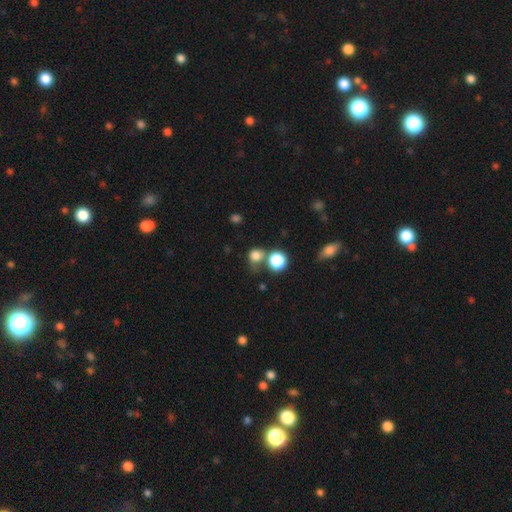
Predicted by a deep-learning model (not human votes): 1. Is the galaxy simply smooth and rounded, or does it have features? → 80% smooth, 13% star or artifact, 7% featured or disk.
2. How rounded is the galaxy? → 81% round, 18% in between, 1% cigar-shaped.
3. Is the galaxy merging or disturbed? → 51% none, 29% merger, 13% minor disturbance, 7% major disturbance.